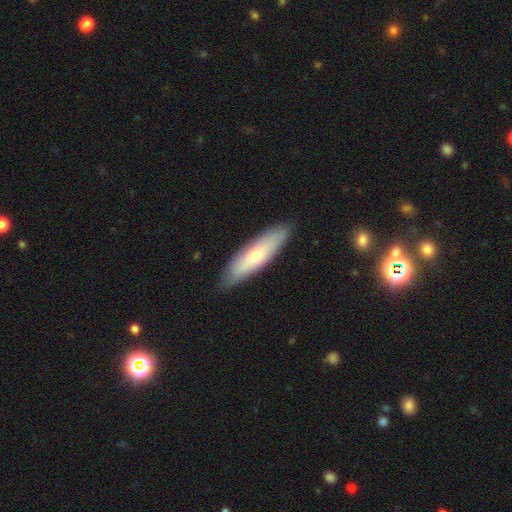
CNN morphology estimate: Smooth or featured: smooth — 63% (featured or disk — 31%)
How rounded: cigar-shaped — 62% (in between — 36%)
Merging: none — 86% (minor disturbance — 11%)